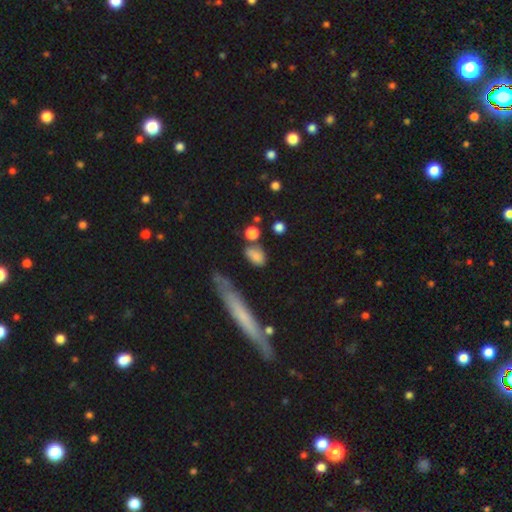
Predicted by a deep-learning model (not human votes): This is likely a smooth galaxy (78%). How rounded: likely in between (67%). Merging: likely none (61%).